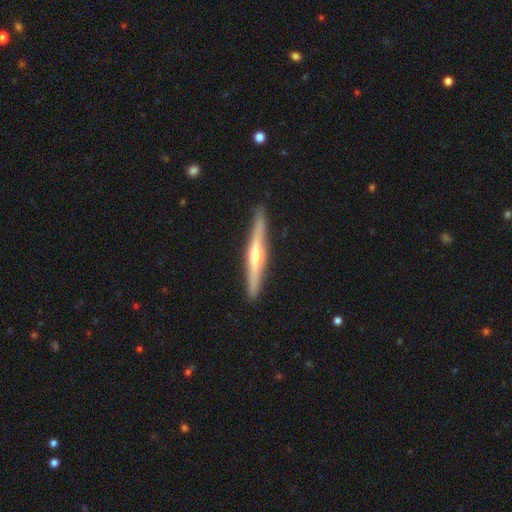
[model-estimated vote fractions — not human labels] This is likely a featured or disk galaxy (70%). It is clearly viewed edge-on (97%). Edge-on bulge: clearly rounded (85%). Merging: clearly none (90%).